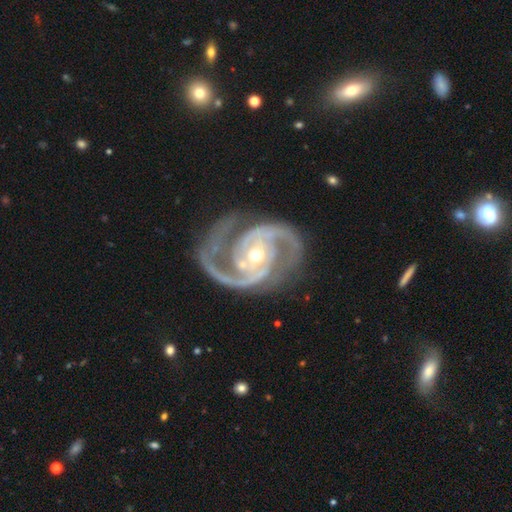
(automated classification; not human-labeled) A featured or disk galaxy (94%) with no bar (49%), 2 (84%) medium (56%) spiral arms (99%) and a moderate central bulge (48%, tied with small).

Vote fractions:
- Smooth or featured? featured or disk: 94% / star or artifact: 4% / smooth: 2%
- Edge-on disk? no: 98% / yes: 2%
- Bar? no: 49% / weak: 29% / strong: 21%
- Spiral arms? yes: 99% / no: 1%
- Spiral winding? medium: 56% / tight: 35% / loose: 8%
- Spiral arm count? 2: 84% / 3: 8% / can't tell: 2% / 4: 2% / 1: 2% / more than 4: 2%
- Bulge size? moderate: 48% (tied) / small: 48% (tied) / large: 2% / none: 1% / dominant: 1%
- Merging? none: 74% / minor disturbance: 16% / major disturbance: 8% / merger: 2%